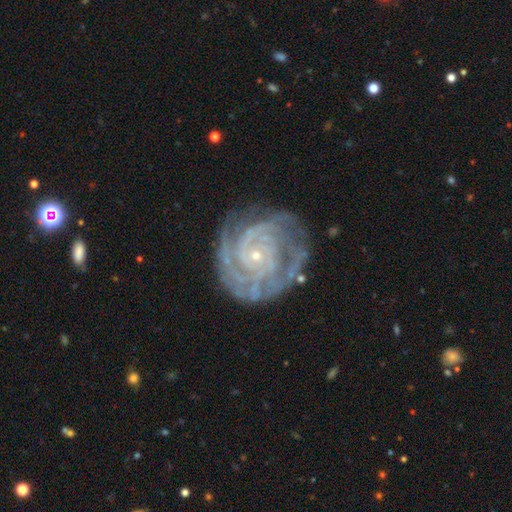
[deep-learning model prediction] featured or disk 89%, star or artifact 6%, smooth 5%. Down the decision tree: edge-on disk — no (97%); bar — no (77%); spiral arms — yes (98%); spiral arm count — 3 (25%); spiral winding — tight (78%); bulge size — small (87%); merging — none (72%).